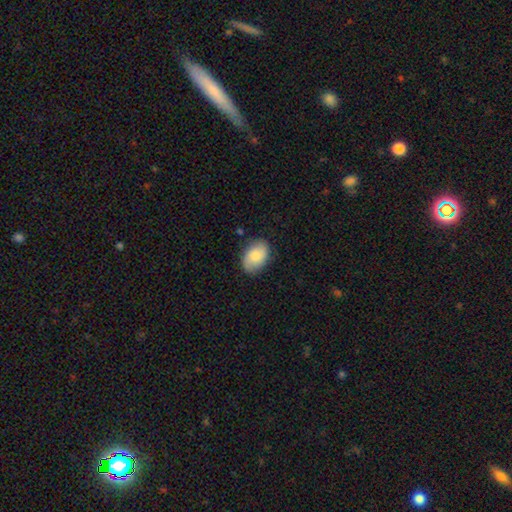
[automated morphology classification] A smooth galaxy with no disk features (78%) that is in between round and cigar-shaped (87%). Merging: none (81%).